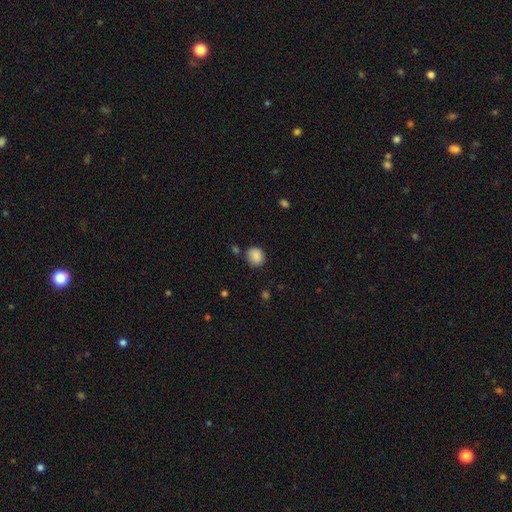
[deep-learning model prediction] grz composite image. It shows a smooth galaxy with no disk features (87%) that is round (80%). Merging: none (80%).